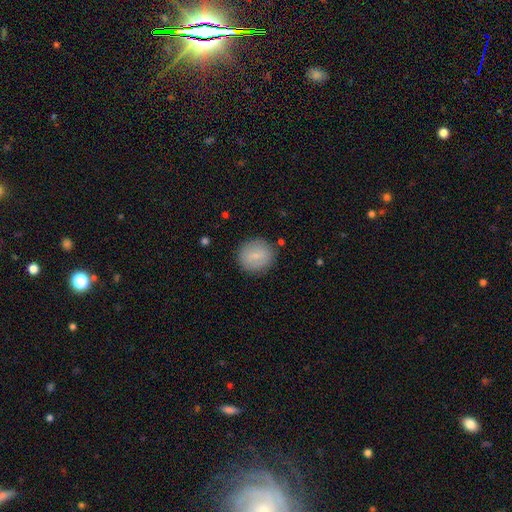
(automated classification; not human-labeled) Smooth or featured? Predicted: smooth (p=0.74). How rounded? Predicted: round (p=0.82). Merging? Predicted: none (p=0.86).